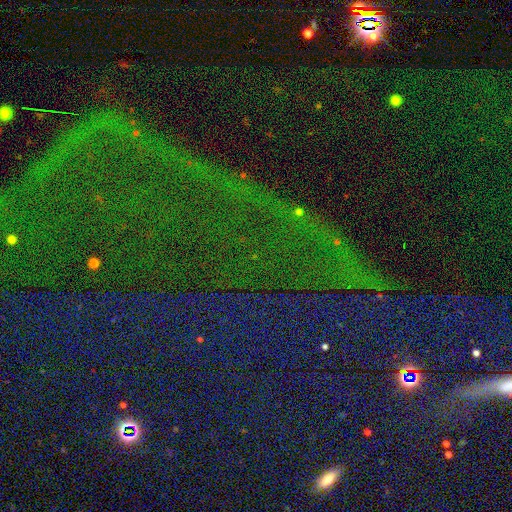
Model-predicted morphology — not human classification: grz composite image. It shows a star or artifact, not a galaxy (83%).